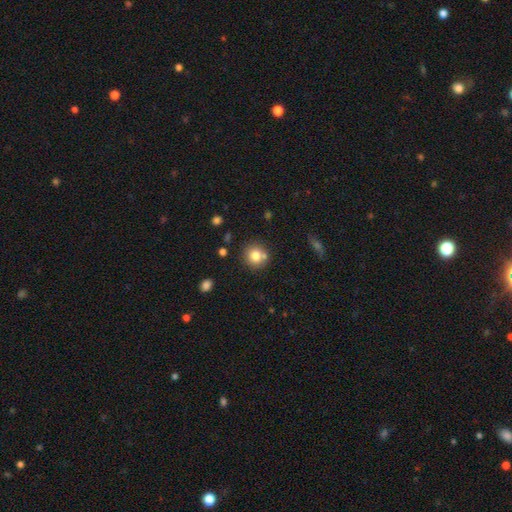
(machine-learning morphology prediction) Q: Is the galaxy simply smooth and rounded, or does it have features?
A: smooth — 79%.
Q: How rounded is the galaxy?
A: round — 90%.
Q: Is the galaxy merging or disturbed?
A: none — 73%.